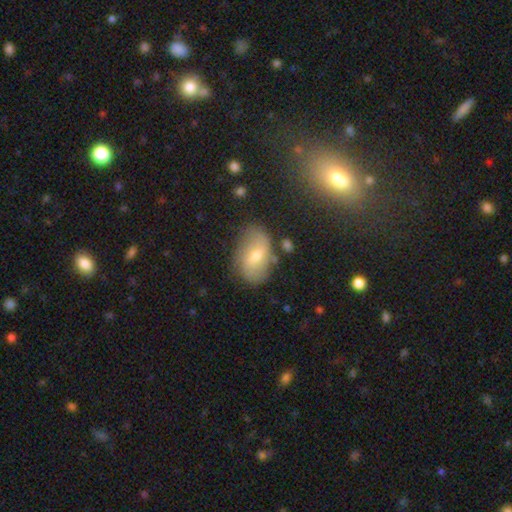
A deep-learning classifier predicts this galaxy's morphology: This appears to be a smooth galaxy with no disk features (46%). Merging: none (71%).